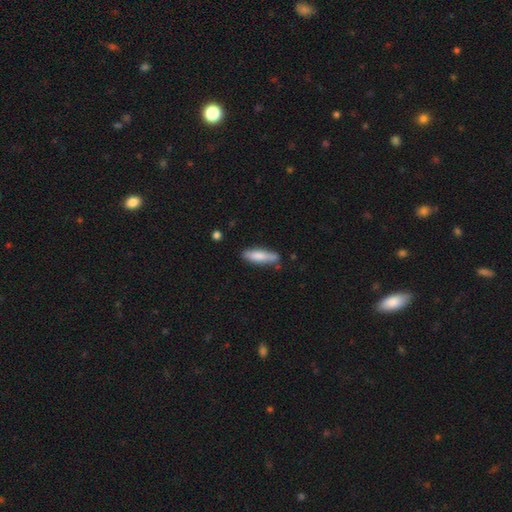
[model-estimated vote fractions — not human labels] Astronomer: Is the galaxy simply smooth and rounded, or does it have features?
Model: smooth — 77%.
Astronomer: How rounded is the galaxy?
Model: cigar-shaped — 70%.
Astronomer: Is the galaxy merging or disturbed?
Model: none — 72%.